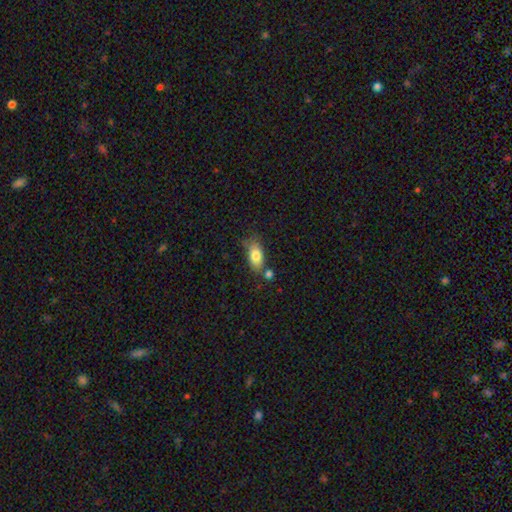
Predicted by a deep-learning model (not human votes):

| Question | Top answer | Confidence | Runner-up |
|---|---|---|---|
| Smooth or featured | smooth | 81% | featured or disk (12%) |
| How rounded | in between | 88% | cigar-shaped (7%) |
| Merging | none | 60% | minor disturbance (20%) |